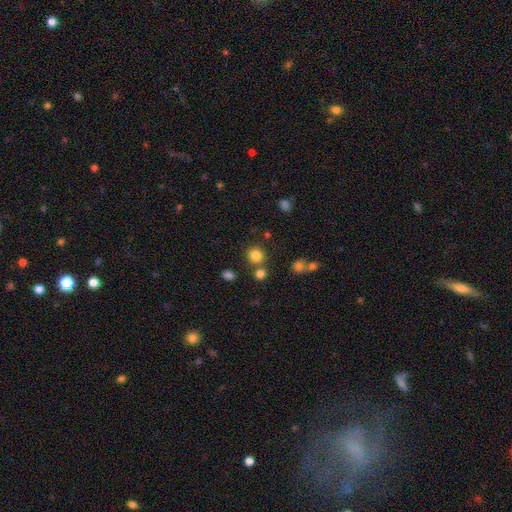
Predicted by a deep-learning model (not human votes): Smooth or featured: smooth — 81% (star or artifact — 14%)
How rounded: round — 89% (in between — 10%)
Merging: none — 75% (merger — 14%)